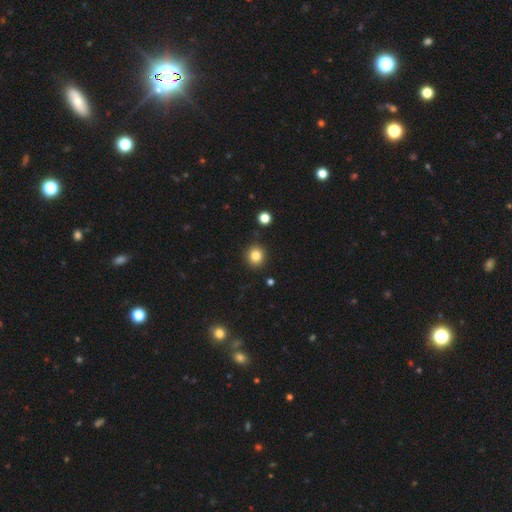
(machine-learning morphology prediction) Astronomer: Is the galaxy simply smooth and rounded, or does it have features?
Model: smooth — 83%.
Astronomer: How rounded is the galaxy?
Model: round — 87%.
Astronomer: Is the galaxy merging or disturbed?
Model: none — 90%.